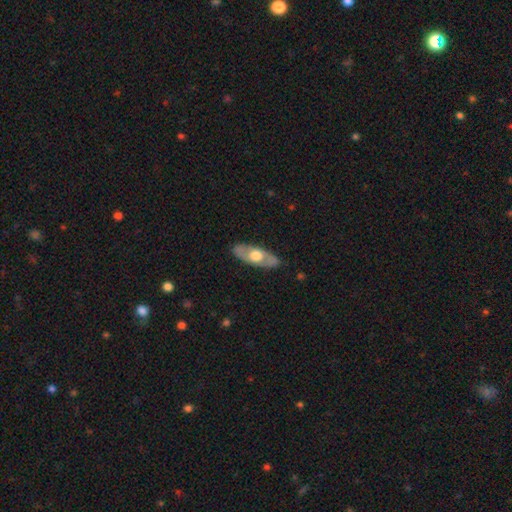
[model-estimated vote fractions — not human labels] This appears to be a featured or disk galaxy (53%). Merging: none (85%).